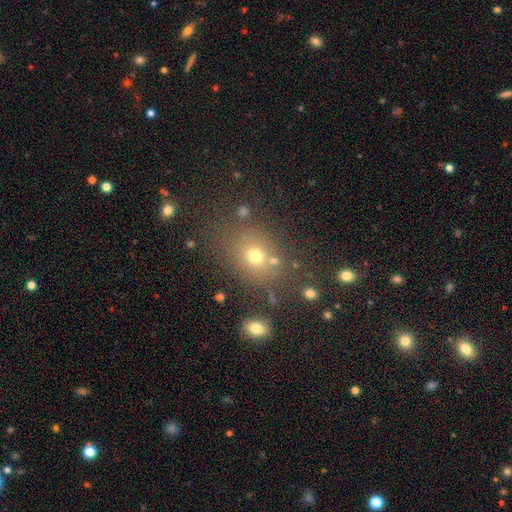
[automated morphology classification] A smooth galaxy with no disk features (66%) that is round (55%).

Vote fractions:
- Smooth or featured? smooth: 66% / star or artifact: 21% / featured or disk: 12%
- How rounded? round: 55% / in between: 44% / cigar-shaped: 1%
- Merging? none: 72% / minor disturbance: 13% / merger: 9% / major disturbance: 6%